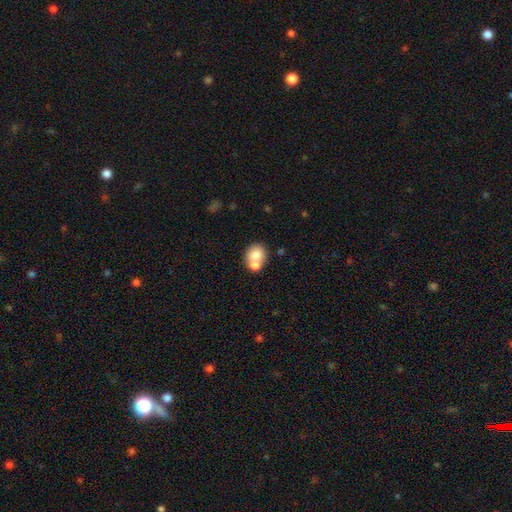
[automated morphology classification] smooth 74%, featured or disk 17%, star or artifact 8%. Down the decision tree: how rounded — round (68%); merging — merger (54%).